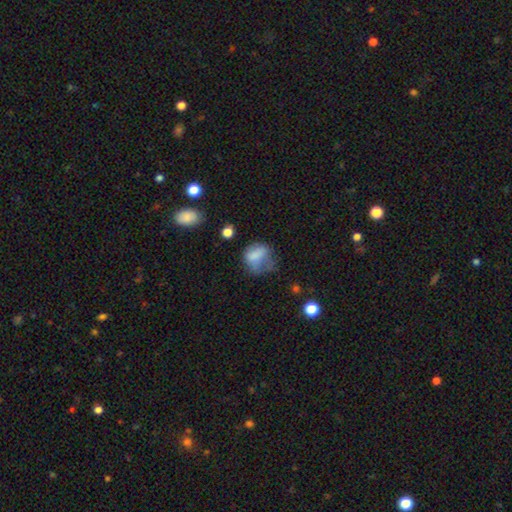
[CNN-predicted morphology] Smooth or featured? Predicted: smooth (p=0.68). How rounded? Predicted: round (p=0.50). Merging? Predicted: major disturbance (p=0.35).